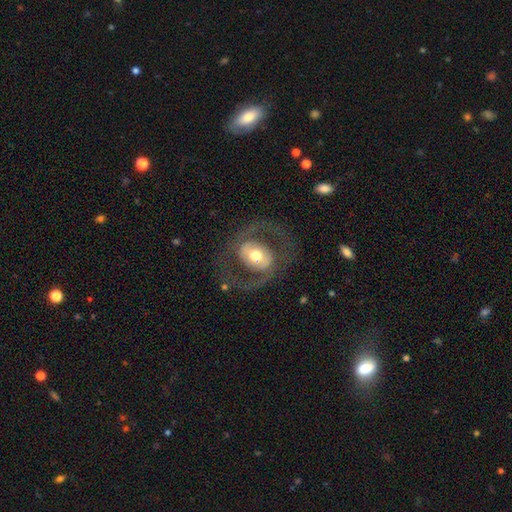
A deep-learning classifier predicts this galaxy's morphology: Smooth or featured: featured or disk — 73% (smooth — 21%)
Edge-on disk: no — 96% (yes — 4%)
Bar: no — 49% (weak — 31%)
Spiral arms: yes — 63% (no — 37%)
Bulge size: moderate — 66% (large — 21%)
Merging: none — 72% (major disturbance — 16%)